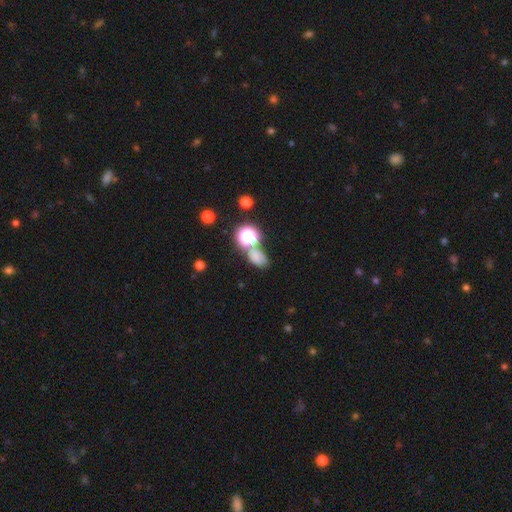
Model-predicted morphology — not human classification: Overall: smooth (68%). How rounded: in between (70%). Merging: none (55%; merger 25%).